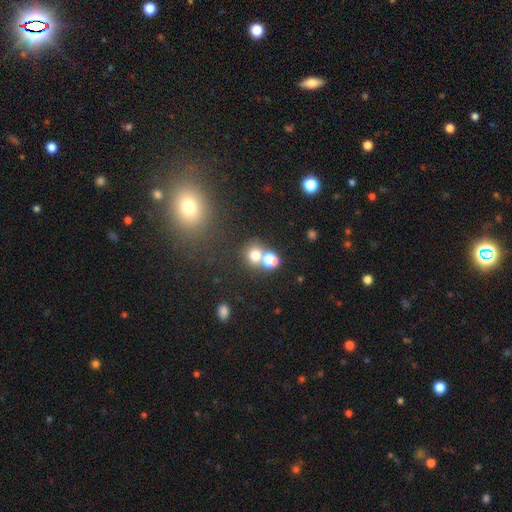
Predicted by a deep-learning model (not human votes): This appears to be a smooth galaxy with no disk features (71%) that is round (75%). Merging: none (46%).